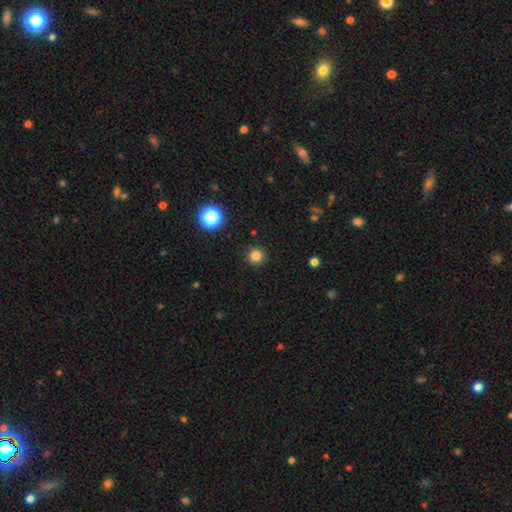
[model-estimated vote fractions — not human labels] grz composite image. It shows a smooth galaxy with no disk features (82%) that is round (96%). Merging: none (92%).